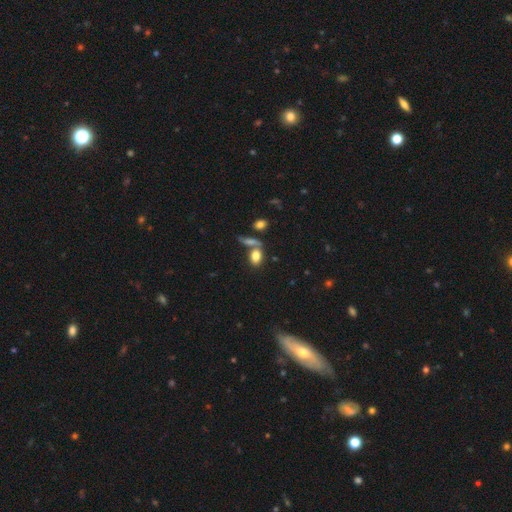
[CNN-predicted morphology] smooth 79%, featured or disk 11%, star or artifact 10%. Down the decision tree: how rounded — in between (82%); merging — none (50%).